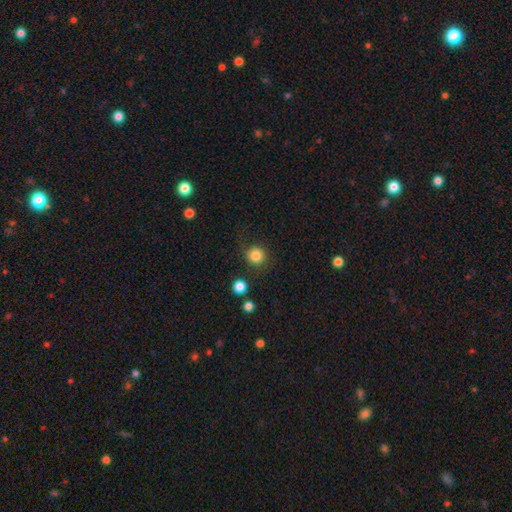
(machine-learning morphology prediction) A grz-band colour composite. It shows a smooth galaxy with no disk features (84%) that is round (93%). Merging: none (83%).